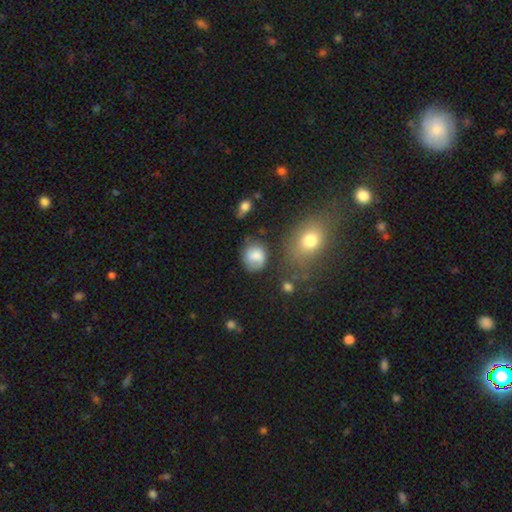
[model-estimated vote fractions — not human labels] Q: Smooth or featured?
A: smooth (70%); runner-up: featured or disk (21%)
Q: How rounded?
A: round (63%); runner-up: in between (36%)
Q: Merging?
A: none (55%); runner-up: minor disturbance (26%)